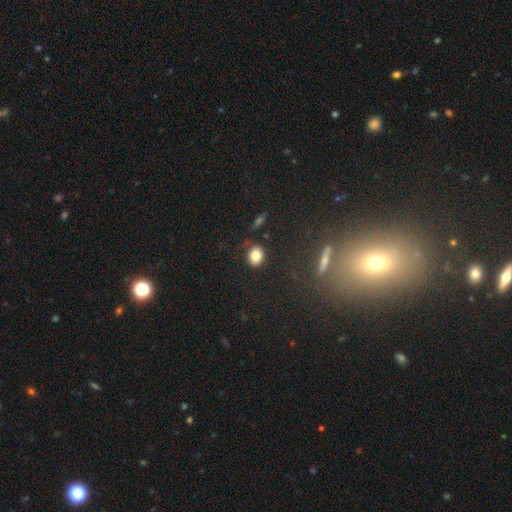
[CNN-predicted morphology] Smooth or featured? Predicted: smooth (p=0.83). How rounded? Predicted: round (p=0.51). Merging? Predicted: none (p=0.83).